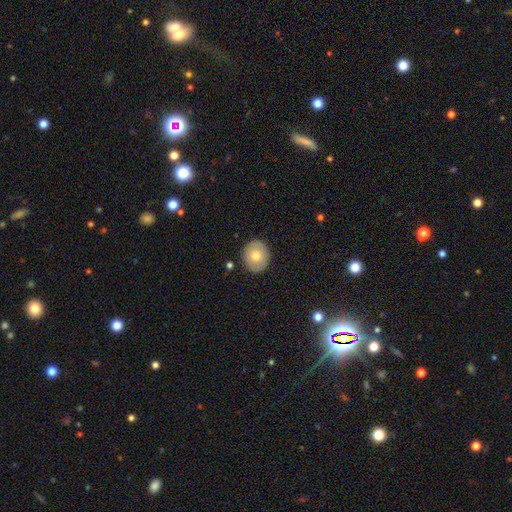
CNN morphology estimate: Smooth or featured? smooth (66%)
How rounded? round (68%)
Merging? none (87%)